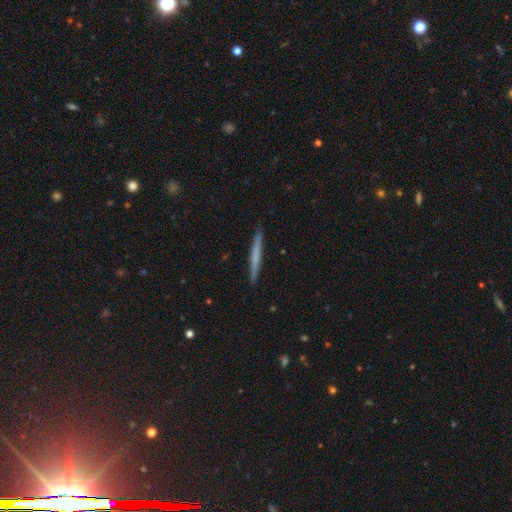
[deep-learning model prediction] Smooth or featured: smooth — 57% (featured or disk — 38%)
How rounded: cigar-shaped — 97% (in between — 2%)
Merging: none — 92% (minor disturbance — 6%)